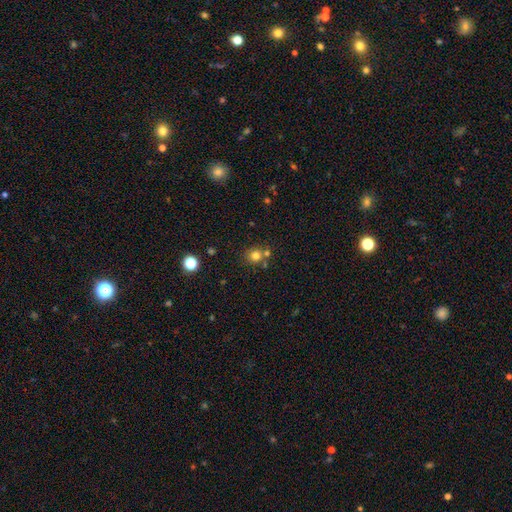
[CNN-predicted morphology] smooth-or-featured: smooth: 76% | star or artifact: 15% | featured or disk: 9%
  how-rounded: round: 84% | in between: 15% | cigar-shaped: 1%
  merging: none: 67% | merger: 20% | minor disturbance: 9% | major disturbance: 3%